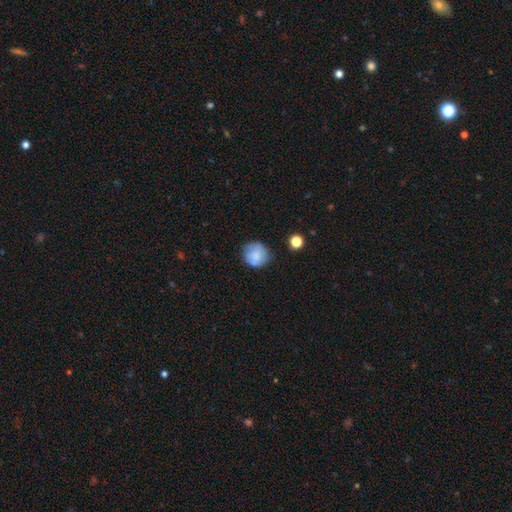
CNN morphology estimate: Smooth or featured: smooth — 75% (featured or disk — 16%)
How rounded: round — 89% (in between — 10%)
Merging: none — 67% (minor disturbance — 22%)